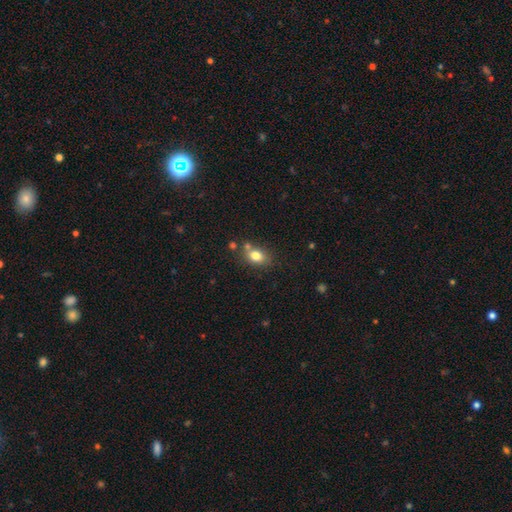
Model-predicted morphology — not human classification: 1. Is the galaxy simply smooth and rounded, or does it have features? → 79% smooth, 11% star or artifact, 10% featured or disk.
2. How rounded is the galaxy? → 70% in between, 29% round, 2% cigar-shaped.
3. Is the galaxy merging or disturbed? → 64% none, 16% merger, 15% minor disturbance, 4% major disturbance.